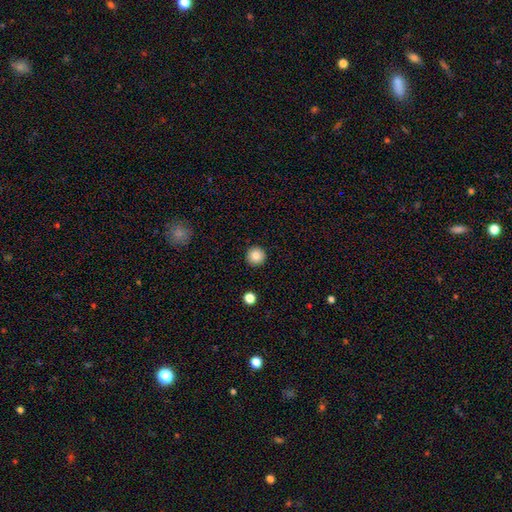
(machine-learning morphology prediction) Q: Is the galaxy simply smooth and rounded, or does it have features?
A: smooth — 84%.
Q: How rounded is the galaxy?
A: round — 96%.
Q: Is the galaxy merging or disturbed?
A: none — 93%.